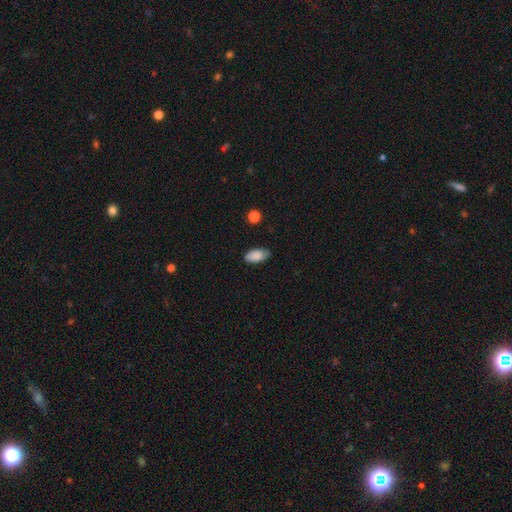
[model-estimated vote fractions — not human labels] A smooth galaxy with no disk features (87%) that is in between round and cigar-shaped (93%).

Vote fractions:
- Smooth or featured? smooth: 87% / star or artifact: 7% / featured or disk: 6%
- How rounded? in between: 93% / cigar-shaped: 4% / round: 3%
- Merging? none: 77% / minor disturbance: 19% / major disturbance: 3% / merger: 1%